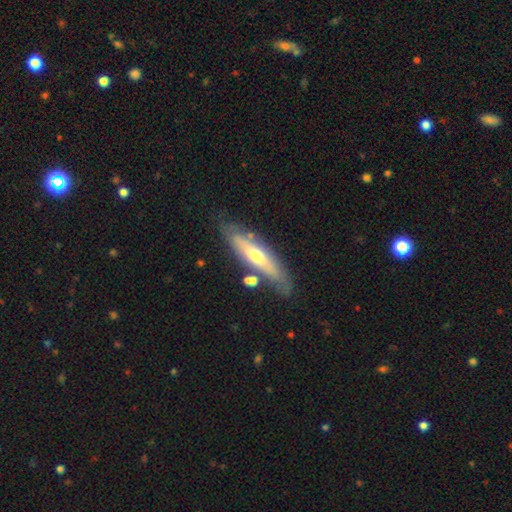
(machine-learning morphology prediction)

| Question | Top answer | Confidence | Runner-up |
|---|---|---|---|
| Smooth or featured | featured or disk | 56% | smooth (38%) |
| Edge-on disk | yes | 67% | no (33%) |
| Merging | none | 71% | minor disturbance (17%) |